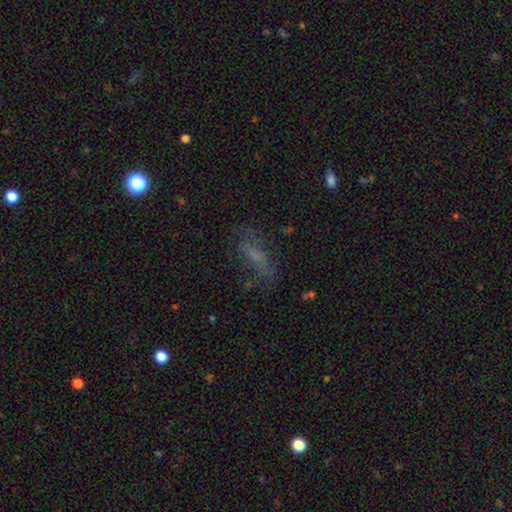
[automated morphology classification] Smooth or featured? Predicted: smooth (p=0.48). Merging? Predicted: none (p=0.63).